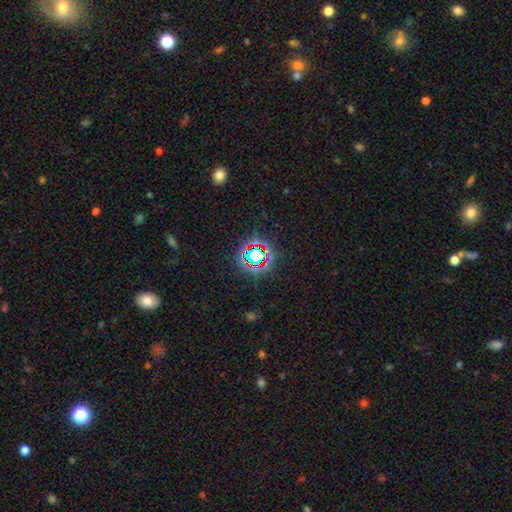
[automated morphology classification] type=star or artifact (68%).